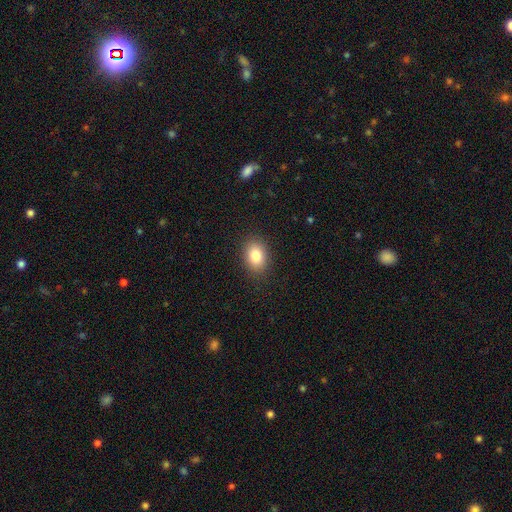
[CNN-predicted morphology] Smooth or featured?
  - smooth: 83% *
  - star or artifact: 9%
  - featured or disk: 8%
How rounded?
  - in between: 72% *
  - round: 27%
  - cigar-shaped: 1%
Merging?
  - none: 88% *
  - minor disturbance: 9%
  - major disturbance: 3%
  - merger: 1%